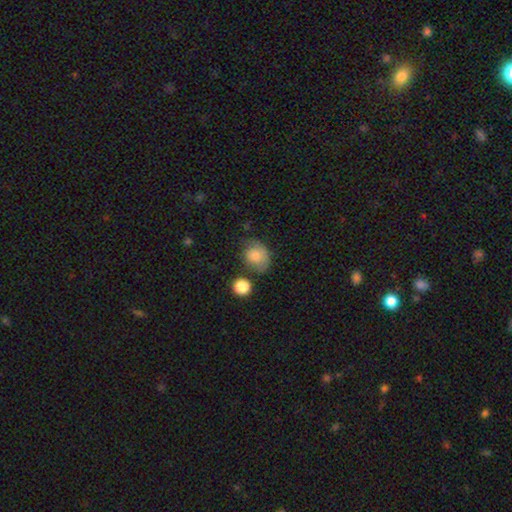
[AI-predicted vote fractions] Smooth or featured?
  - smooth: 76% *
  - featured or disk: 15%
  - star or artifact: 9%
How rounded?
  - round: 53% *
  - in between: 46%
  - cigar-shaped: 1%
Merging?
  - none: 49% *
  - minor disturbance: 31%
  - major disturbance: 13%
  - merger: 7%